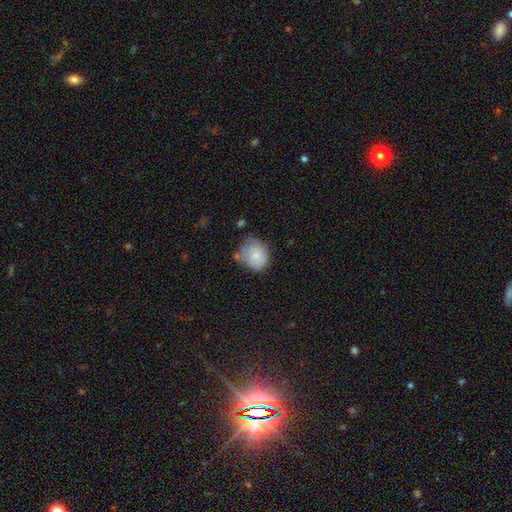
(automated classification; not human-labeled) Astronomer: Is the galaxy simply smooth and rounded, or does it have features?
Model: smooth — 59%.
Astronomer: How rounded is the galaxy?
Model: round — 72%.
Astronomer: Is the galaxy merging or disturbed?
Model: none — 47% (runner-up: minor disturbance, 35%).